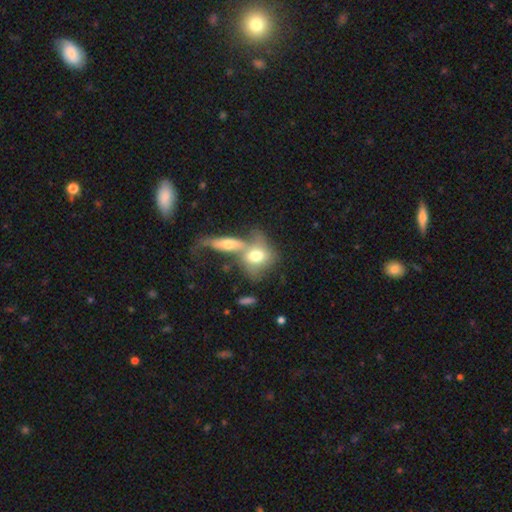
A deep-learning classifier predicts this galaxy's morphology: A smooth galaxy with no disk features (62%) that is in between round and cigar-shaped (64%).

Vote fractions:
- Smooth or featured? smooth: 62% / featured or disk: 30% / star or artifact: 8%
- How rounded? in between: 64% / round: 29% / cigar-shaped: 8%
- Merging? merger: 61% / none: 22% / minor disturbance: 9% / major disturbance: 8%